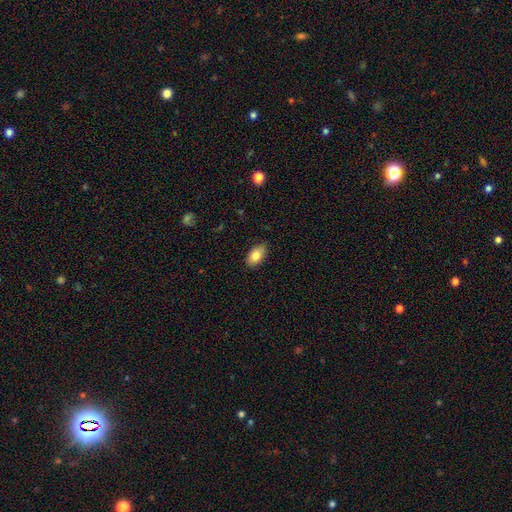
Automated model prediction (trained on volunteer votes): Overall: smooth (82%). How rounded: in between (92%). Merging: none (85%).